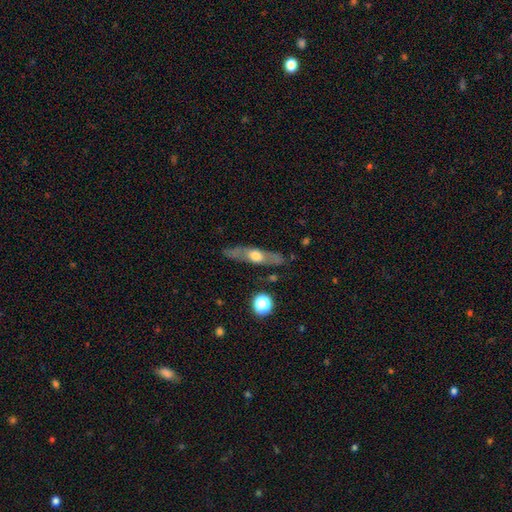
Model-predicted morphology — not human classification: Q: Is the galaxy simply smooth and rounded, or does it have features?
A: featured or disk — 56%.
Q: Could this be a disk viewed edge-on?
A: yes — 75%.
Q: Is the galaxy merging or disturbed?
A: none — 81%.